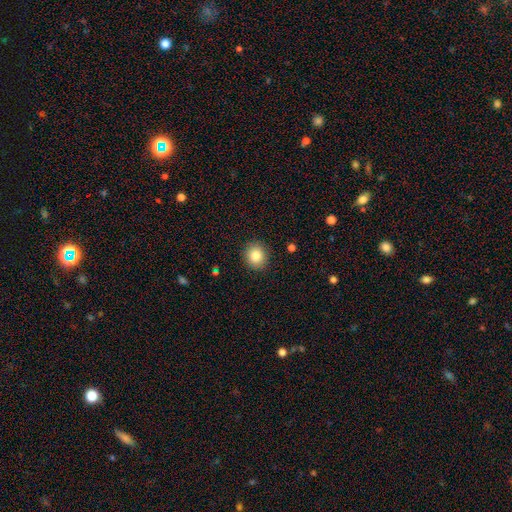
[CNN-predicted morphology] Q: Smooth or featured?
A: smooth (84%); runner-up: star or artifact (9%)
Q: How rounded?
A: round (84%); runner-up: in between (15%)
Q: Merging?
A: none (89%); runner-up: minor disturbance (8%)